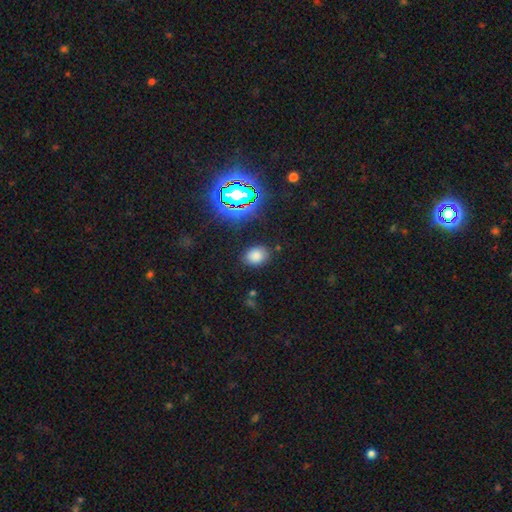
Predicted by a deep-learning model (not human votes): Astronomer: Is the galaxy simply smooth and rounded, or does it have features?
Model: smooth — 74%.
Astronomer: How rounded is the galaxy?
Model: in between — 59% (runner-up: round, 40%).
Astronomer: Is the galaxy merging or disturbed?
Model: none — 82%.